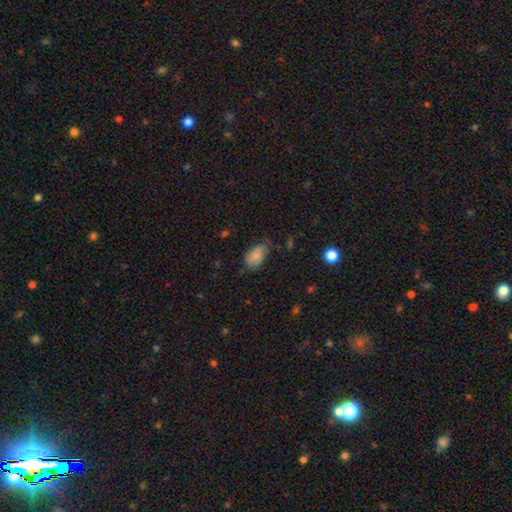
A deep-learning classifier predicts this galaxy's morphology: smooth 83%, featured or disk 9%, star or artifact 8%. Down the decision tree: how rounded — in between (92%); merging — none (60%).